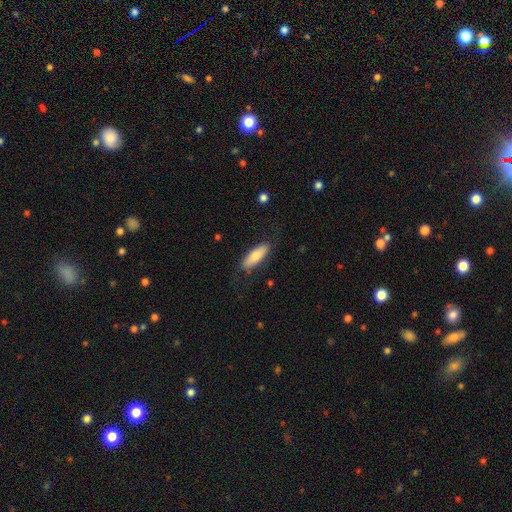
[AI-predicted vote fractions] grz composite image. It shows a smooth galaxy with no disk features (77%) that is in between round and cigar-shaped (61%). Merging: none (78%).